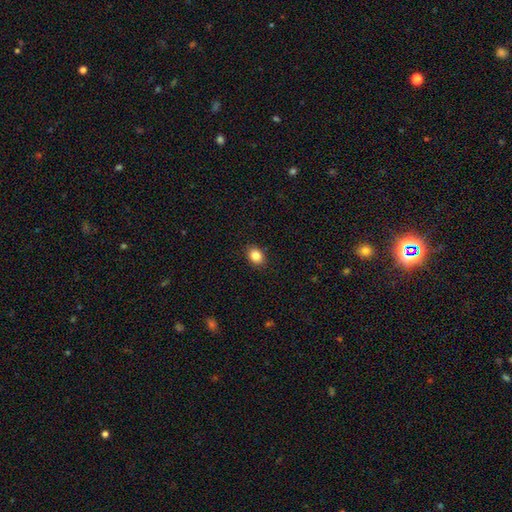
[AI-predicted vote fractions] This is clearly a smooth galaxy (85%). How rounded: likely in between (60%). Merging: clearly none (90%).